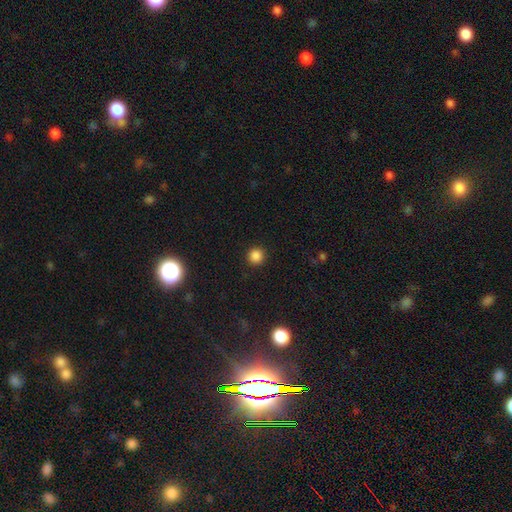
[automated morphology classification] Smooth or featured? smooth (85%)
How rounded? round (95%)
Merging? none (92%)